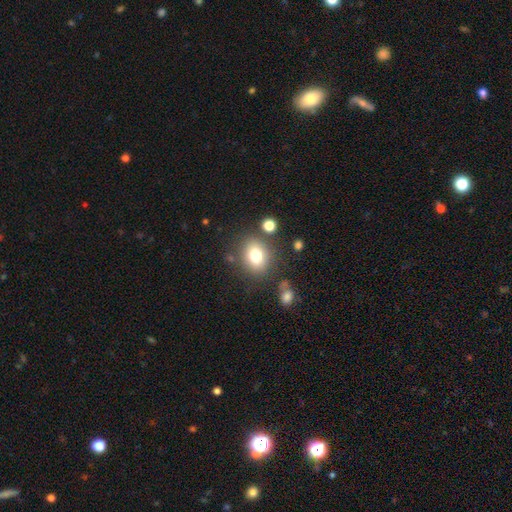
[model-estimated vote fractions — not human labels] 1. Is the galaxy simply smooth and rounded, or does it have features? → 77% smooth, 12% star or artifact, 11% featured or disk.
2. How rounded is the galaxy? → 55% round, 44% in between, 1% cigar-shaped.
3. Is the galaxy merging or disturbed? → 77% none, 12% minor disturbance, 6% merger, 5% major disturbance.